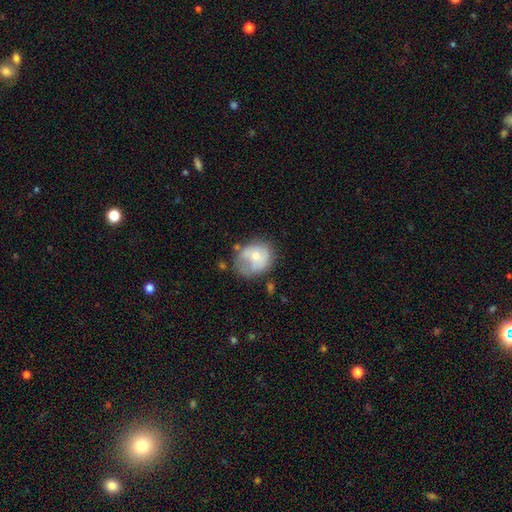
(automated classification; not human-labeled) The model was most divided on "merging": none: 35%, minor disturbance: 32%, major disturbance: 23%, merger: 10%. More confident: smooth or featured — smooth (58%); how rounded — round (58%).